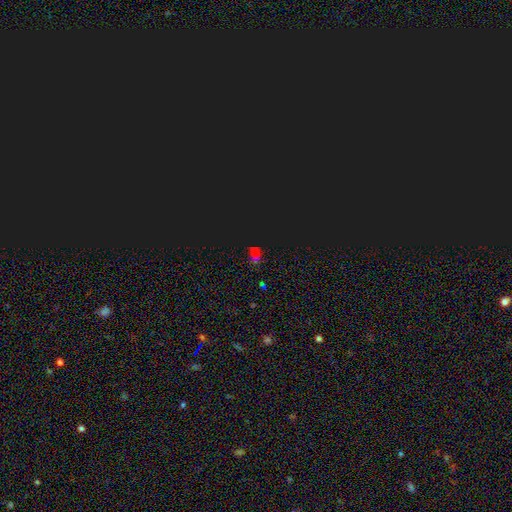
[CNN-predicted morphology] smooth_or_featured: star or artifact (p=0.67) [alt: smooth p=0.25]